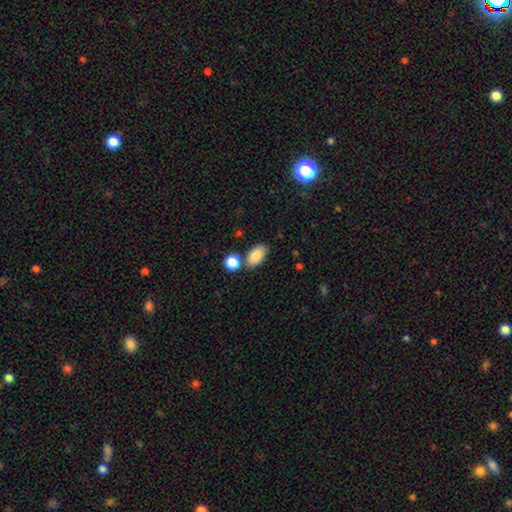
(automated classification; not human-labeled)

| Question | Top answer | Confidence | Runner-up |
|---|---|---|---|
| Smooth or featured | smooth | 85% | featured or disk (8%) |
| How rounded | in between | 91% | round (7%) |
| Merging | none | 71% | merger (14%) |